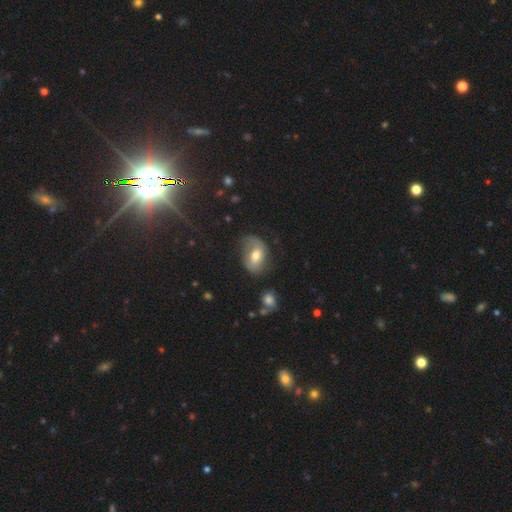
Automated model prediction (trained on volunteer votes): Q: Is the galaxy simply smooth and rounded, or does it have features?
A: featured or disk — 47%.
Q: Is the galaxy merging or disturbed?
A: none — 52%.